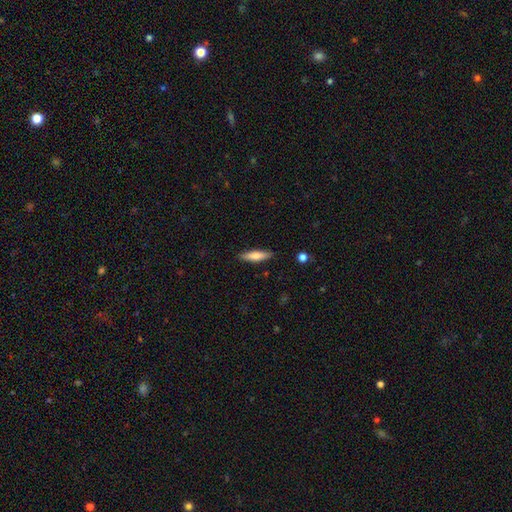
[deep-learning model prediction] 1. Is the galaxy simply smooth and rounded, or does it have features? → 70% smooth, 24% featured or disk, 6% star or artifact.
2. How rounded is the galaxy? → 70% cigar-shaped, 28% in between, 2% round.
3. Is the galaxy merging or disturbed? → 88% none, 9% minor disturbance, 2% major disturbance, 1% merger.